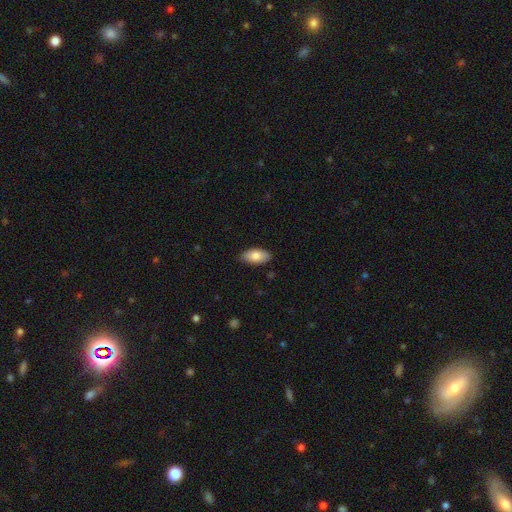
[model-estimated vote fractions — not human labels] Smooth or featured: smooth — 83% (featured or disk — 11%)
How rounded: in between — 93% (cigar-shaped — 4%)
Merging: none — 84% (minor disturbance — 13%)